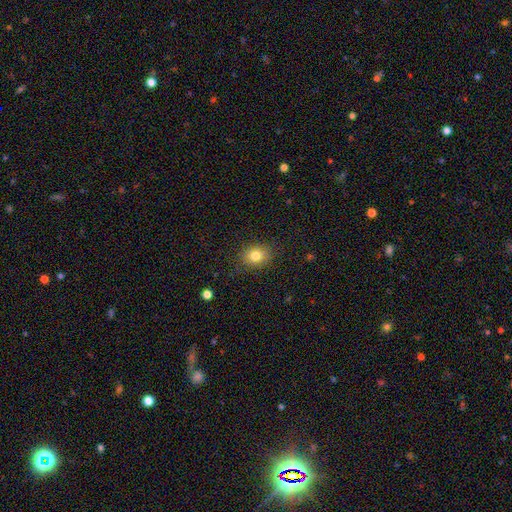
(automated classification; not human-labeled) Smooth or featured? smooth (81%)
How rounded? in between (52%)
Merging? none (83%)